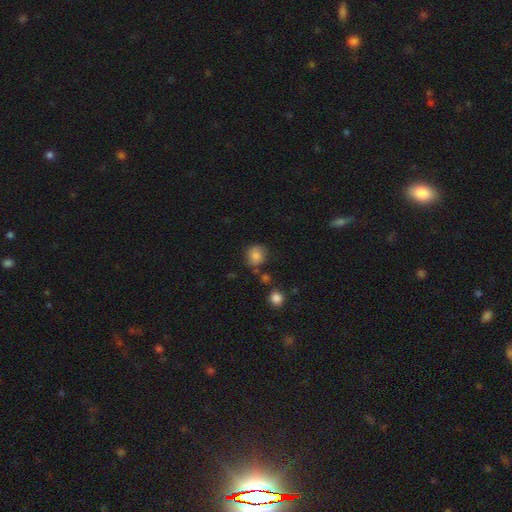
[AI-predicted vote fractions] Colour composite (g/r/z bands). It shows a smooth galaxy with no disk features (83%) that is round (79%). Merging: none (74%).